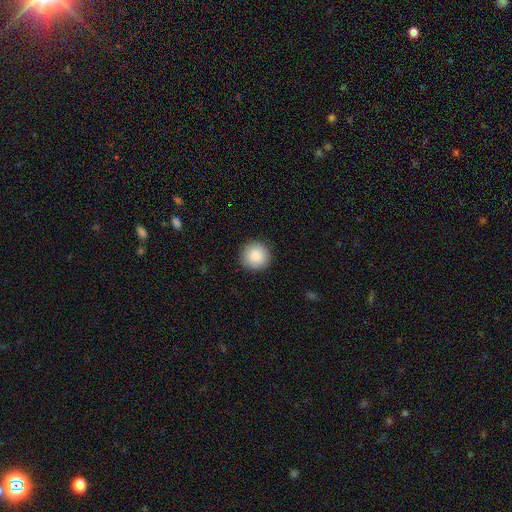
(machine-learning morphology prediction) A smooth galaxy with no disk features (88%) that is round (96%).

Vote fractions:
- Smooth or featured? smooth: 88% / star or artifact: 8% / featured or disk: 4%
- How rounded? round: 96% / in between: 4% / cigar-shaped: 1%
- Merging? none: 92% / minor disturbance: 6% / major disturbance: 2% / merger: 1%